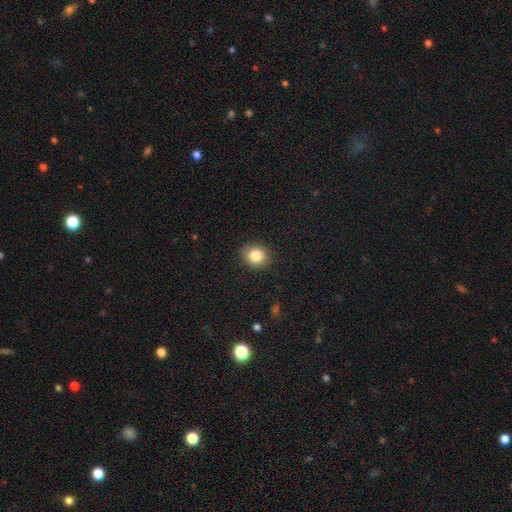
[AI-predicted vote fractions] Smooth or featured: smooth — 84% (star or artifact — 10%)
How rounded: round — 73% (in between — 26%)
Merging: none — 88% (minor disturbance — 9%)